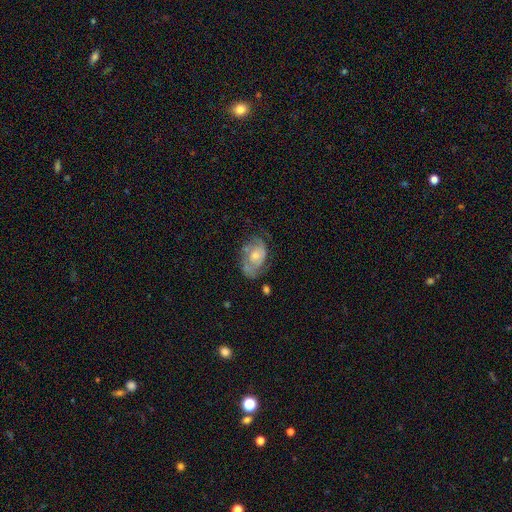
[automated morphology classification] Q: Smooth or featured?
A: featured or disk (57%); runner-up: smooth (36%)
Q: Edge-on disk?
A: no (96%); runner-up: yes (4%)
Q: Bar?
A: no (79%); runner-up: weak (18%)
Q: Spiral arms?
A: yes (63%); runner-up: no (37%)
Q: Bulge size?
A: small (46%); runner-up: moderate (45%)
Q: Merging?
A: none (46%); runner-up: minor disturbance (30%)